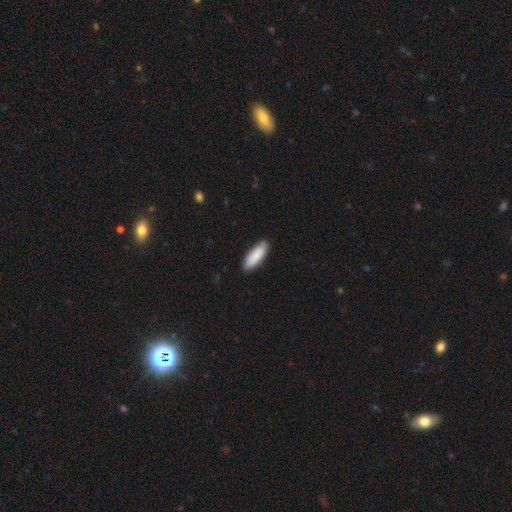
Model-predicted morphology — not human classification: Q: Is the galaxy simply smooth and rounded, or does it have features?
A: smooth — 89%.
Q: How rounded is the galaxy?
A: in between — 66%.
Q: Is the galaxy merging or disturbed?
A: none — 88%.